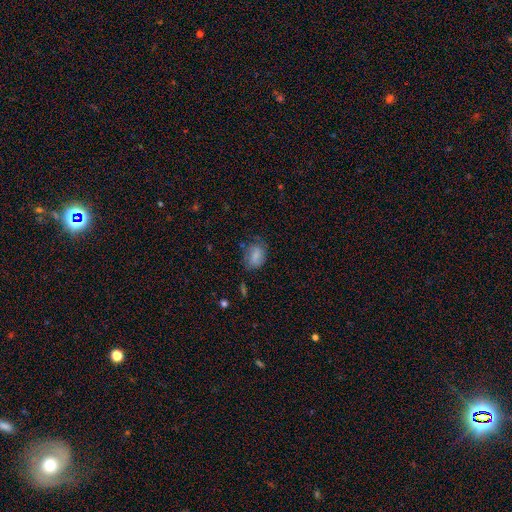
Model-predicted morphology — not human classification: This appears to be a smooth galaxy with no disk features (76%) that is in between round and cigar-shaped (75%). Merging: none (58%).